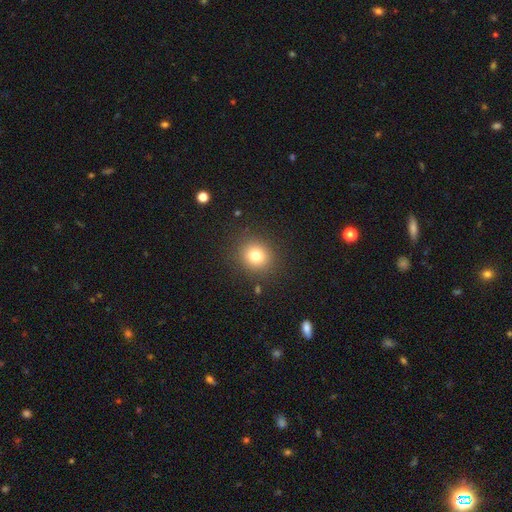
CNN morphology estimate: A smooth galaxy with no disk features (78%) that is round (85%).

Vote fractions:
- Smooth or featured? smooth: 78% / star or artifact: 14% / featured or disk: 9%
- How rounded? round: 85% / in between: 15% / cigar-shaped: 1%
- Merging? none: 88% / minor disturbance: 7% / major disturbance: 3% / merger: 1%